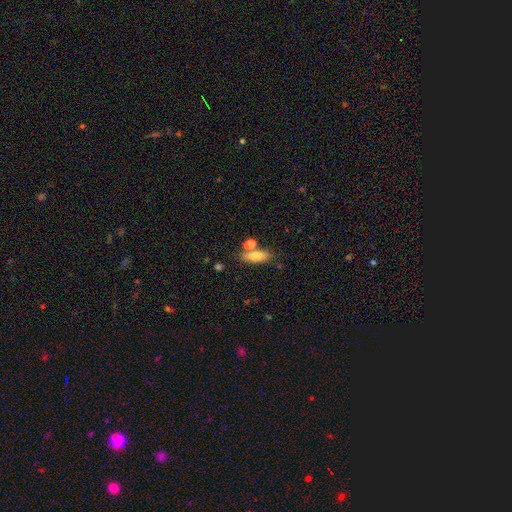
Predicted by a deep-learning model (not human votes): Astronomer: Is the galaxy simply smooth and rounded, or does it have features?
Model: smooth — 75%.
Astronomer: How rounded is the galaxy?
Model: in between — 61%.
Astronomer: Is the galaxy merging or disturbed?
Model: none — 64%.